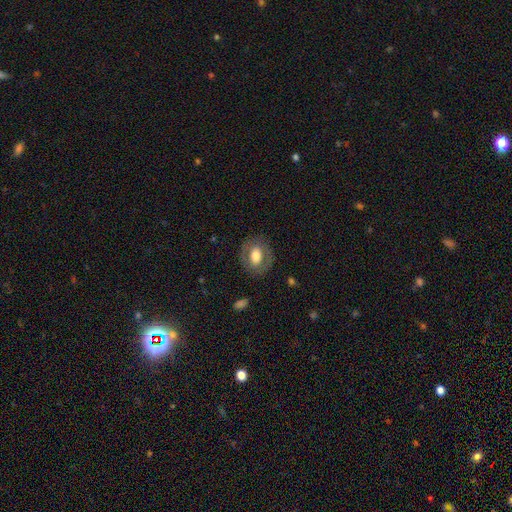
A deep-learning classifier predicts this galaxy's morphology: smooth-or-featured: smooth: 58% | featured or disk: 35% | star or artifact: 7%
  how-rounded: in between: 60% | round: 39% | cigar-shaped: 1%
  merging: none: 81% | minor disturbance: 12% | major disturbance: 6% | merger: 1%